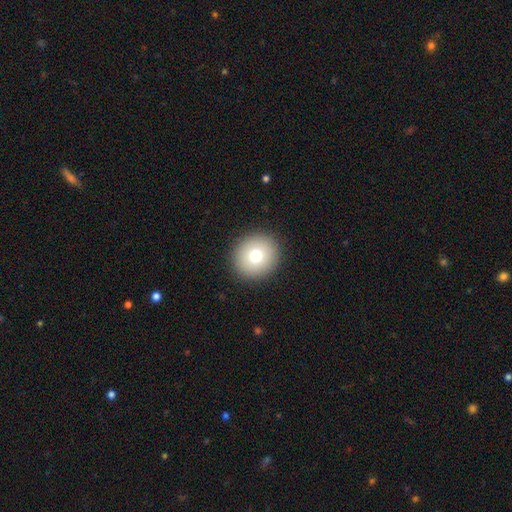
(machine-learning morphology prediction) Smooth or featured?
  - smooth: 74% *
  - featured or disk: 14%
  - star or artifact: 12%
How rounded?
  - round: 91% *
  - in between: 8%
  - cigar-shaped: 1%
Merging?
  - none: 92% *
  - minor disturbance: 5%
  - major disturbance: 2%
  - merger: 1%